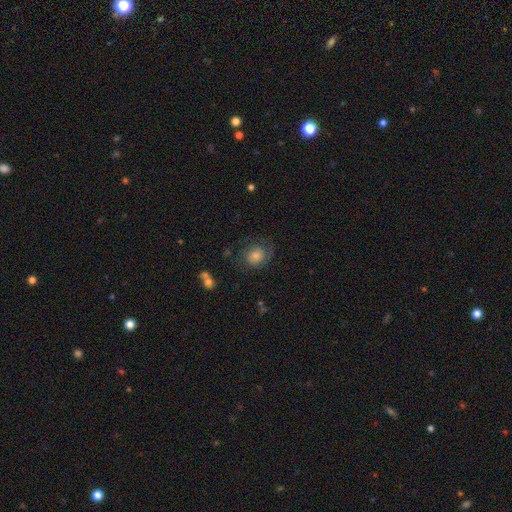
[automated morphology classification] Smooth or featured? smooth (45%)
Merging? none (64%)